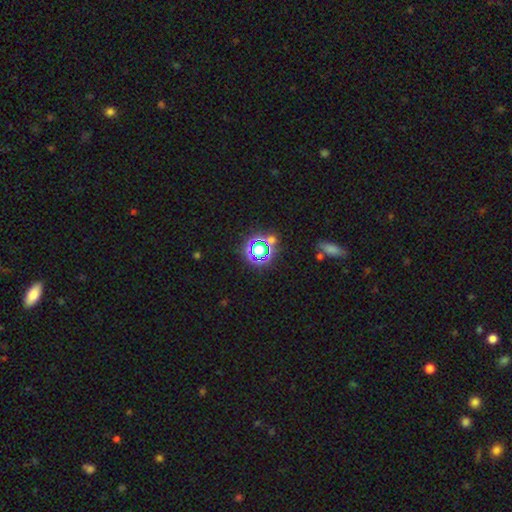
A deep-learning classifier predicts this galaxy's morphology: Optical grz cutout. It shows a star or artifact, not a galaxy (68%).